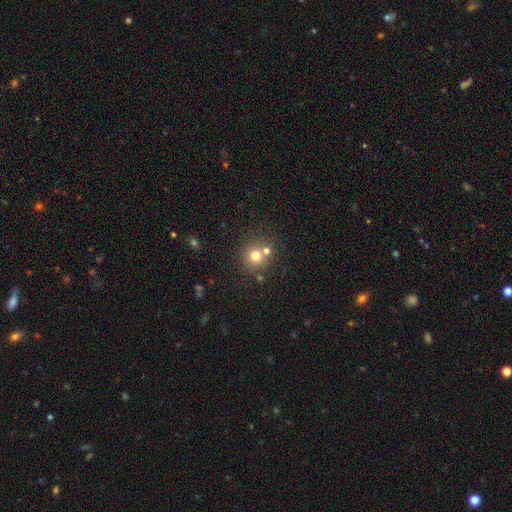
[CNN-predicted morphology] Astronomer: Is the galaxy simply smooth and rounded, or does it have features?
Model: smooth — 73%.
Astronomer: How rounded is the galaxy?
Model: round — 90%.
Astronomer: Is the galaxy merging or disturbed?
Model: none — 61%.